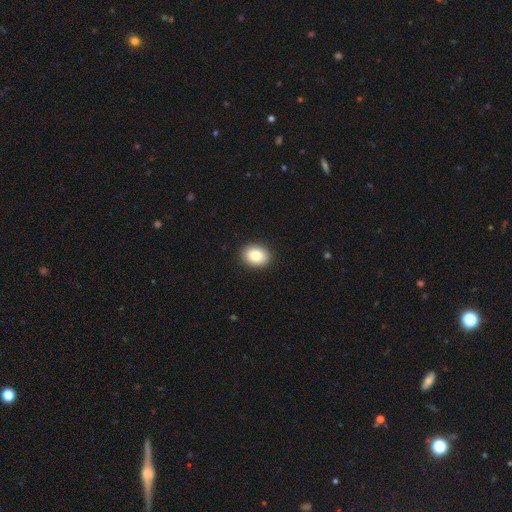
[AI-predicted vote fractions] Overall: smooth (83%). How rounded: in between (65%; round 34%). Merging: none (91%).